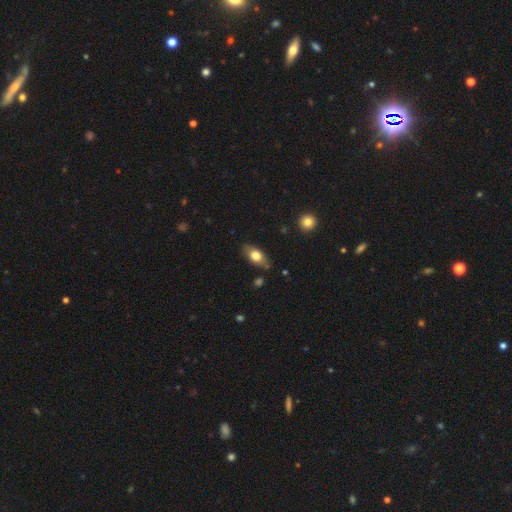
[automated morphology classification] smooth 72%, featured or disk 21%, star or artifact 7%. Down the decision tree: how rounded — in between (86%); merging — none (77%).